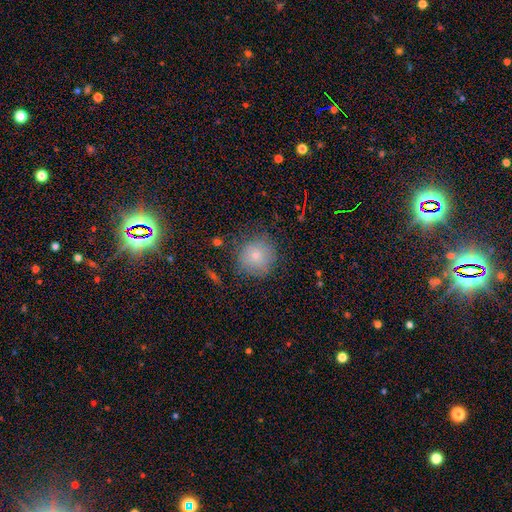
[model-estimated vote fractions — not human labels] smooth_or_featured: smooth (p=0.78) [alt: featured or disk p=0.12]
how_rounded: round (p=0.92) [alt: in between p=0.07]
merging: none (p=0.78) [alt: minor disturbance p=0.16]